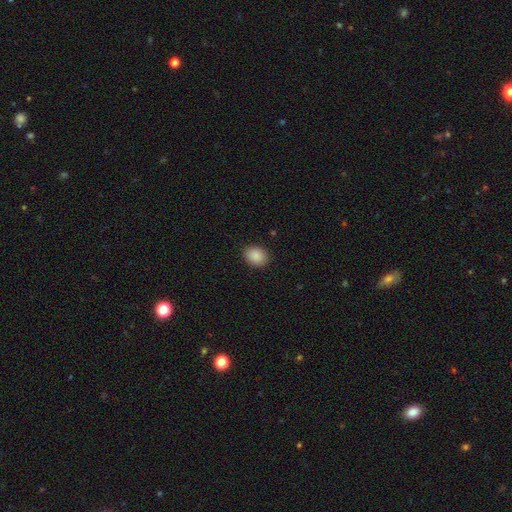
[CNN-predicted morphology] smooth_or_featured: smooth (p=0.89) [alt: star or artifact p=0.08]
how_rounded: in between (p=0.52) [alt: round p=0.47]
merging: none (p=0.89) [alt: minor disturbance p=0.08]